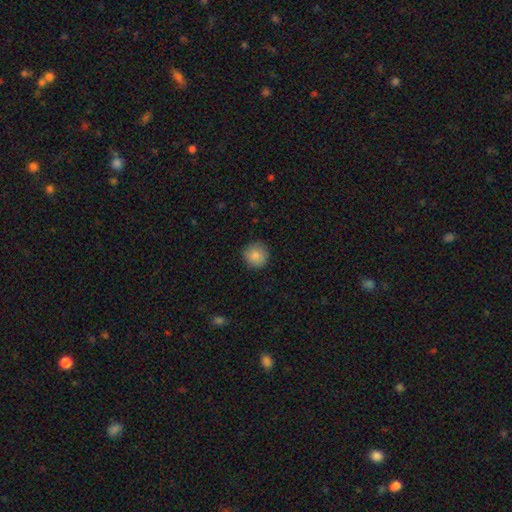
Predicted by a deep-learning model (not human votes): smooth 87%, star or artifact 8%, featured or disk 5%. Down the decision tree: how rounded — round (95%); merging — none (90%).